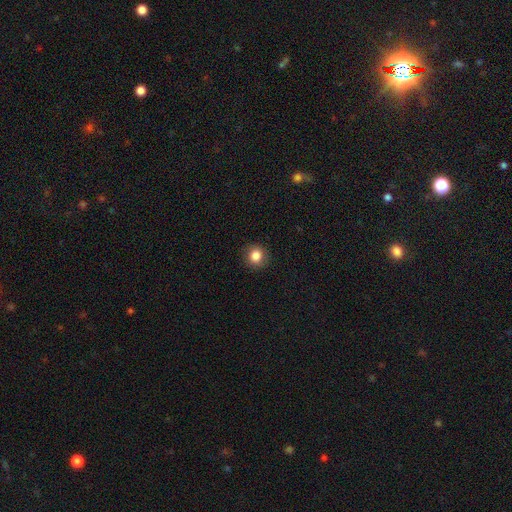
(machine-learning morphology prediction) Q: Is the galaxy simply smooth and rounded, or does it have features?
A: smooth — 84%.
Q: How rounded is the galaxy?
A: round — 88%.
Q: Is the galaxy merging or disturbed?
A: none — 89%.